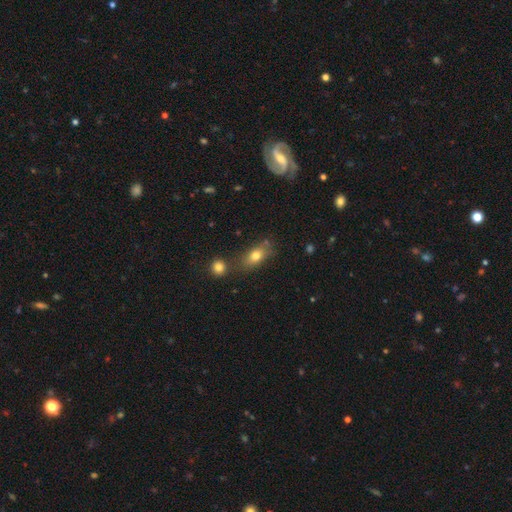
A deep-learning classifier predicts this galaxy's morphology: smooth_or_featured: smooth (p=0.76) [alt: featured or disk p=0.14]
how_rounded: in between (p=0.80) [alt: round p=0.12]
merging: none (p=0.65) [alt: minor disturbance p=0.16]